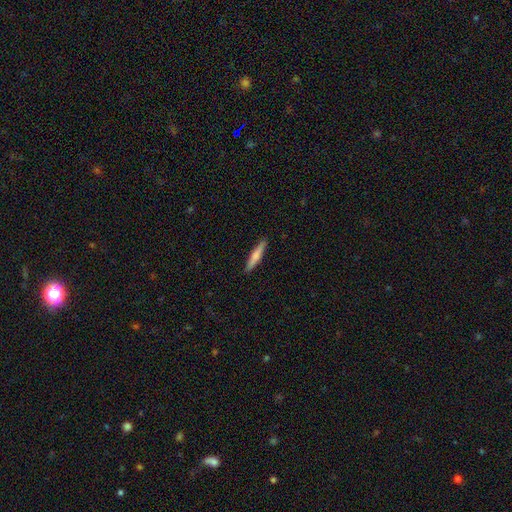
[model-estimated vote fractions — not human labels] Q: Smooth or featured?
A: smooth (60%); runner-up: featured or disk (35%)
Q: How rounded?
A: cigar-shaped (92%); runner-up: in between (7%)
Q: Merging?
A: none (91%); runner-up: minor disturbance (6%)